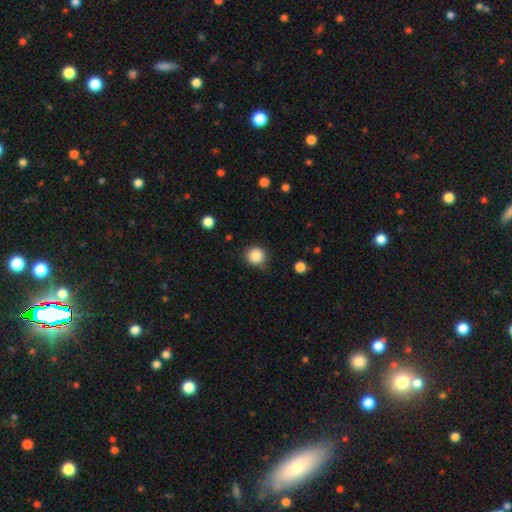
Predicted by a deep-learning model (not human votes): A smooth galaxy with no disk features (86%) that is round (93%). Merging: none (78%).